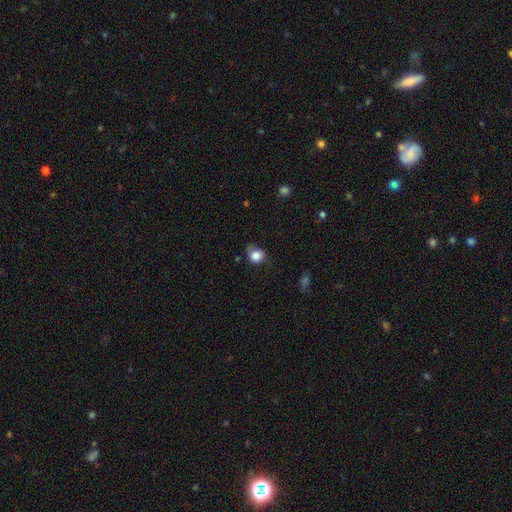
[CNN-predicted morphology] smooth-or-featured: smooth: 82% | star or artifact: 10% | featured or disk: 7%
  how-rounded: round: 76% | in between: 23% | cigar-shaped: 1%
  merging: none: 59% | minor disturbance: 30% | major disturbance: 9% | merger: 2%